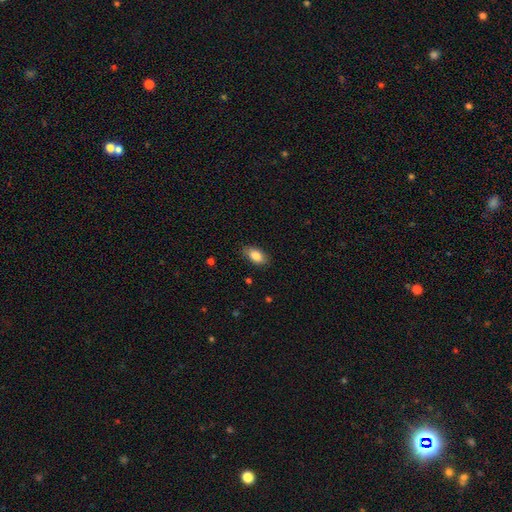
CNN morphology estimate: A smooth galaxy with no disk features (85%) that is in between round and cigar-shaped (91%). Merging: none (84%).